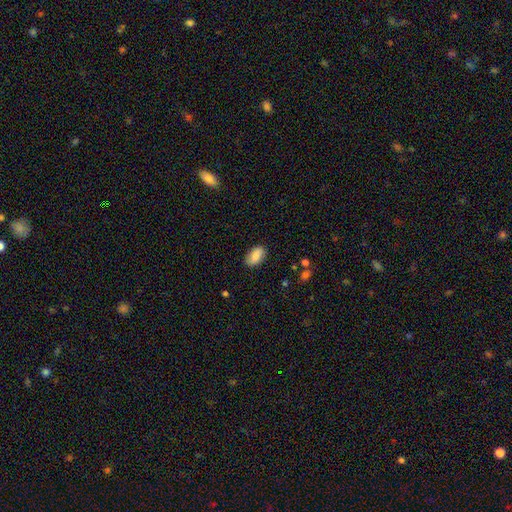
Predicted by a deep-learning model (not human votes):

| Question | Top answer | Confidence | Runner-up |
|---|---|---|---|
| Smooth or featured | smooth | 81% | featured or disk (12%) |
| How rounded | in between | 92% | round (5%) |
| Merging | none | 83% | minor disturbance (13%) |